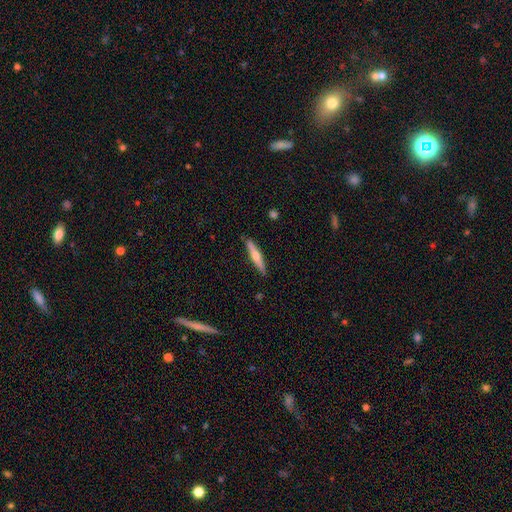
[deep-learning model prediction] This appears to be a featured or disk galaxy (57%) viewed edge-on (96%) with a rounded central bulge (89%). Merging: none (89%).